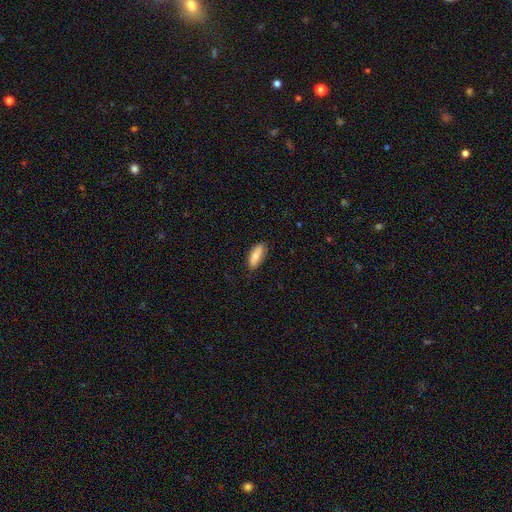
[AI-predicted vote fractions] Smooth or featured? Predicted: smooth (p=0.74). How rounded? Predicted: in between (p=0.77). Merging? Predicted: none (p=0.81).